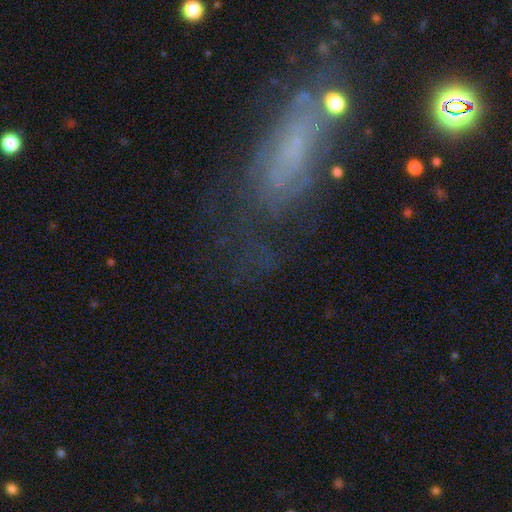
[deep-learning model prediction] featured or disk 53%, smooth 30%, star or artifact 18%. Down the decision tree: edge-on disk — no (86%); merging — none (54%).